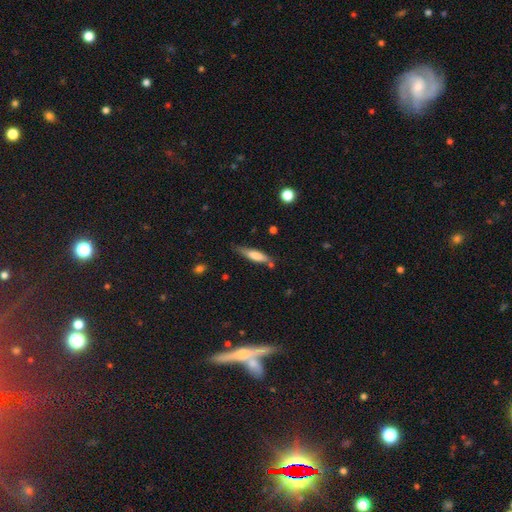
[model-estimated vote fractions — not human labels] Overall: smooth (67%; featured or disk 27%). How rounded: cigar-shaped (75%). Merging: none (67%).